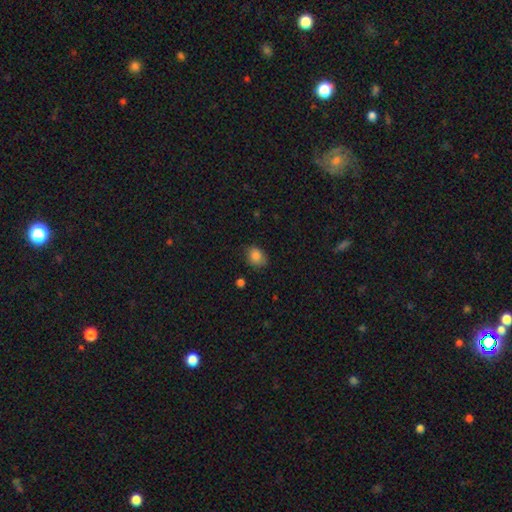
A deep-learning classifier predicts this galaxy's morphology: Smooth or featured: smooth — 85% (star or artifact — 9%)
How rounded: in between — 56% (round — 43%)
Merging: none — 74% (minor disturbance — 20%)